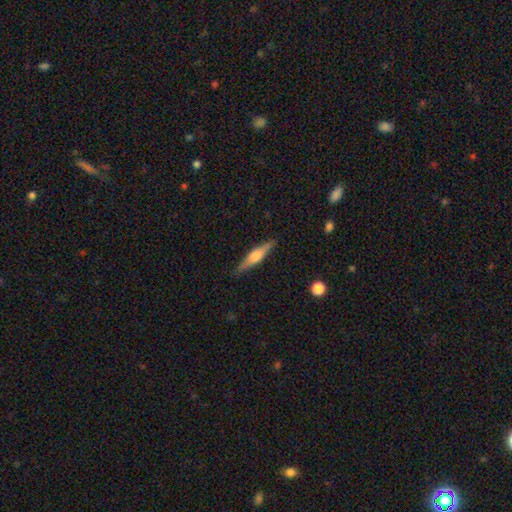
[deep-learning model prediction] Smooth or featured: featured or disk — 59% (smooth — 35%)
Edge-on disk: yes — 97% (no — 3%)
Edge-on bulge: rounded — 80% (boxy — 16%)
Merging: none — 88% (minor disturbance — 8%)